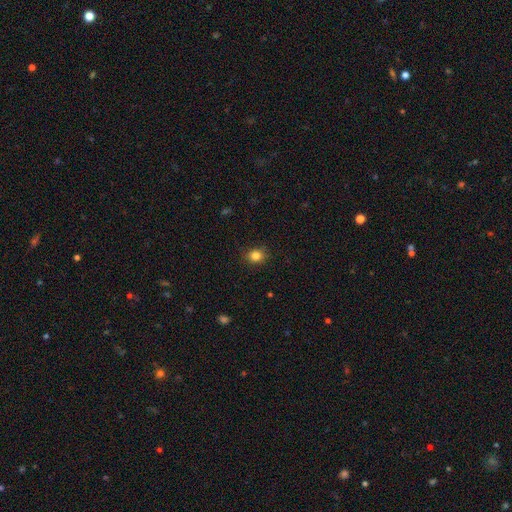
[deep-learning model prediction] Q: Smooth or featured?
A: smooth (83%); runner-up: star or artifact (12%)
Q: How rounded?
A: round (72%); runner-up: in between (27%)
Q: Merging?
A: none (87%); runner-up: minor disturbance (10%)